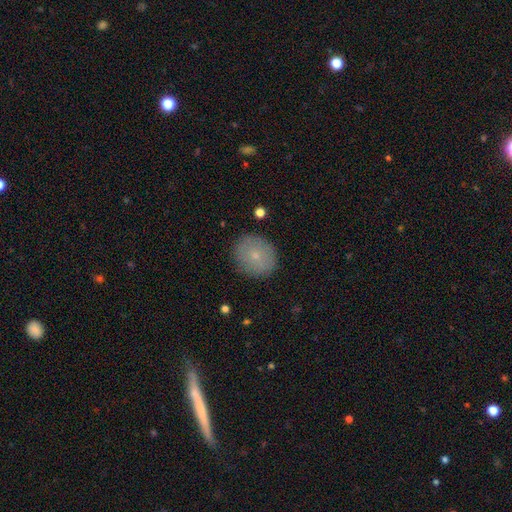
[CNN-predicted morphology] Smooth or featured? Predicted: smooth (p=0.74). How rounded? Predicted: round (p=0.82). Merging? Predicted: none (p=0.86).